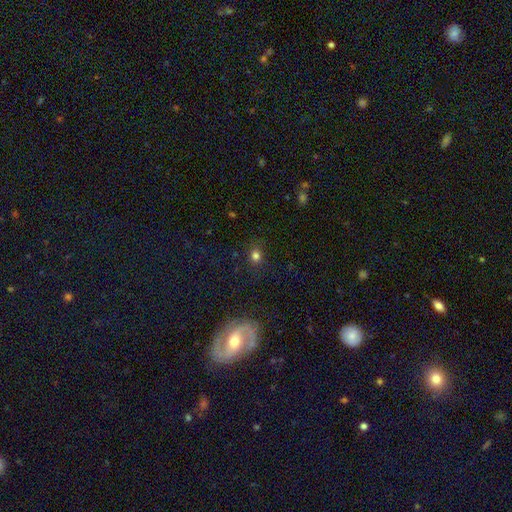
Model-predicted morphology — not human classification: Smooth or featured: smooth — 77% (star or artifact — 17%)
How rounded: round — 69% (in between — 30%)
Merging: none — 85% (minor disturbance — 11%)